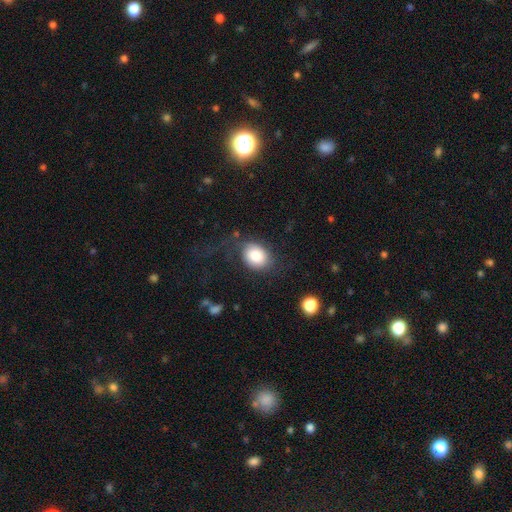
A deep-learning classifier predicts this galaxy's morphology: smooth_or_featured: smooth (p=0.80) [alt: featured or disk p=0.13]
how_rounded: in between (p=0.59) [alt: round p=0.40]
merging: none (p=0.62) [alt: minor disturbance p=0.18]